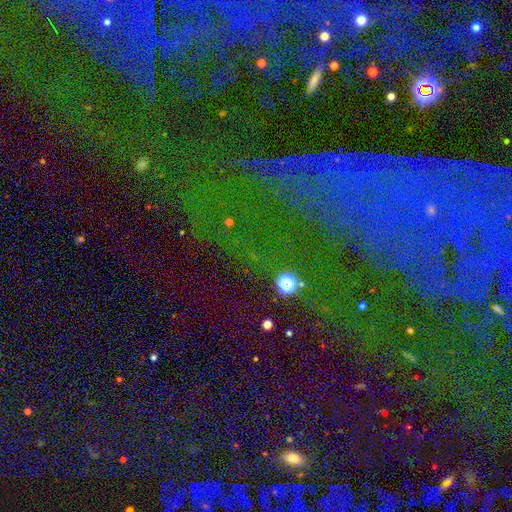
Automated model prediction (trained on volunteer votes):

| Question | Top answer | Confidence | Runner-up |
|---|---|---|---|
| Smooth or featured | star or artifact | 82% | featured or disk (9%) |